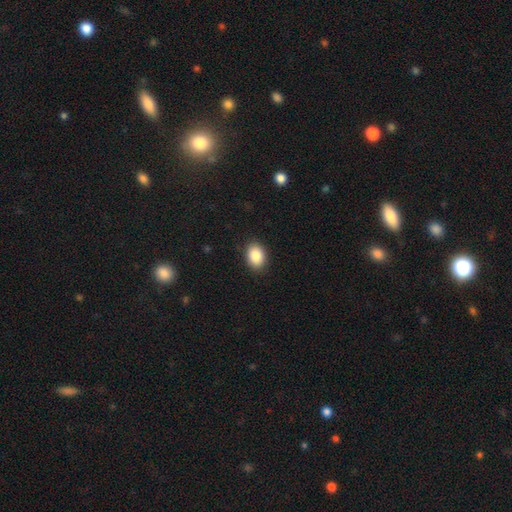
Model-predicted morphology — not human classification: smooth-or-featured: smooth: 88% | star or artifact: 8% | featured or disk: 5%
  how-rounded: in between: 72% | round: 27% | cigar-shaped: 1%
  merging: none: 89% | minor disturbance: 8% | major disturbance: 2% | merger: 1%